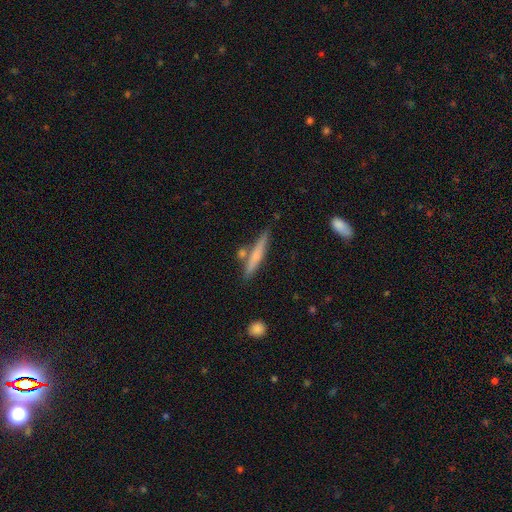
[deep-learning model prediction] A smooth galaxy with no disk features (56%) that is cigar-shaped (92%). Merging: none (75%).